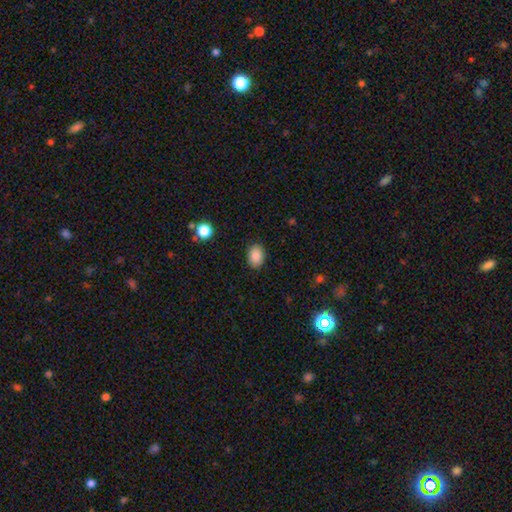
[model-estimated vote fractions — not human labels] Smooth or featured? smooth (88%)
How rounded? in between (74%)
Merging? none (88%)